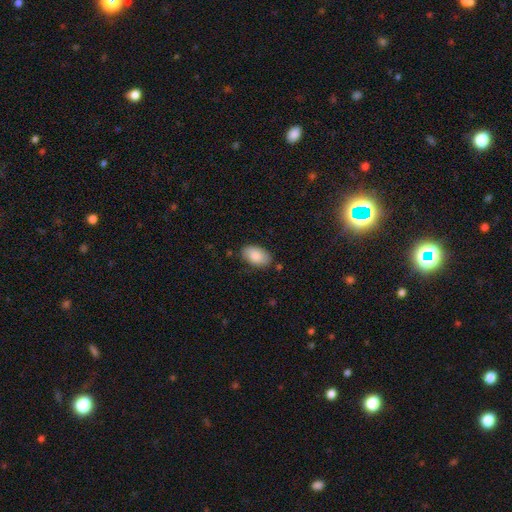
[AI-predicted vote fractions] Smooth or featured? Predicted: smooth (p=0.86). How rounded? Predicted: in between (p=0.94). Merging? Predicted: none (p=0.80).